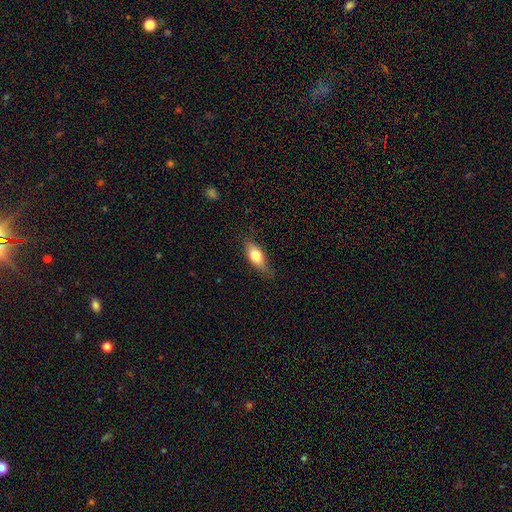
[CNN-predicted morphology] Smooth or featured? smooth (77%)
How rounded? in between (79%)
Merging? none (70%)